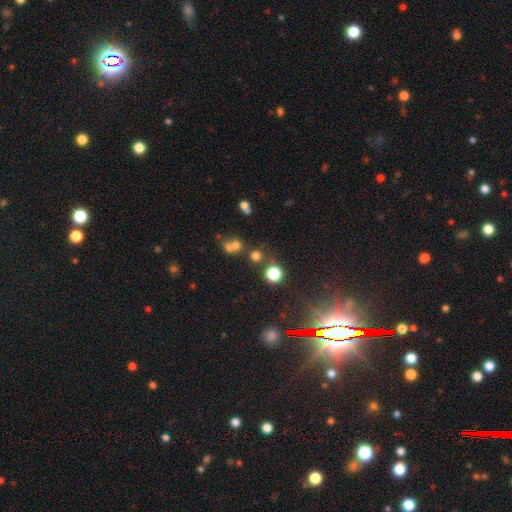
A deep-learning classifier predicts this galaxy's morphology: Smooth or featured: smooth — 65% (star or artifact — 25%)
How rounded: round — 88% (in between — 11%)
Merging: none — 59% (merger — 29%)